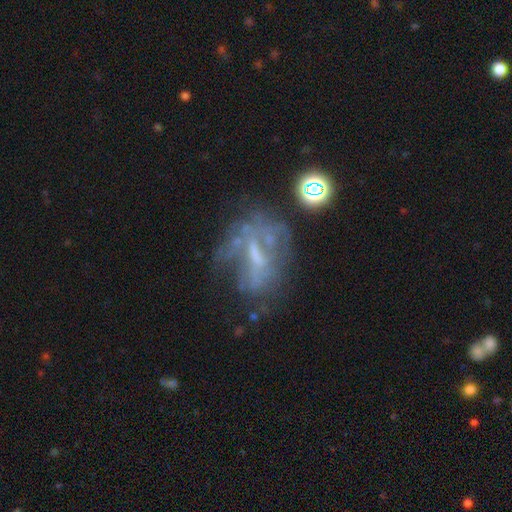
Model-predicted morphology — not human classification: A featured or disk galaxy (61%) with no bar (45%), no spiral arms (68%) and no central bulge (39%).

Vote fractions:
- Smooth or featured? featured or disk: 61% / star or artifact: 20% / smooth: 19%
- Edge-on disk? no: 93% / yes: 7%
- Bar? no: 45% / weak: 35% / strong: 21%
- Spiral arms? no: 68% / yes: 32%
- Bulge size? none: 39% / small: 34% / moderate: 23% / large: 3% / dominant: 1%
- Merging? none: 42% / major disturbance: 29% / minor disturbance: 20% / merger: 9%